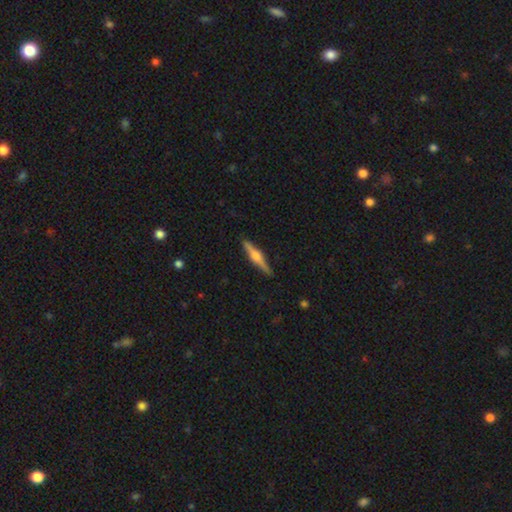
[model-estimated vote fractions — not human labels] smooth-or-featured: featured or disk: 70% | smooth: 25% | star or artifact: 6%
  disk-edge-on: yes: 98% | no: 2%
    edge-on-bulge: rounded: 90% | boxy: 7% | none: 3%
  merging: none: 90% | minor disturbance: 7% | major disturbance: 1% | merger: 1%